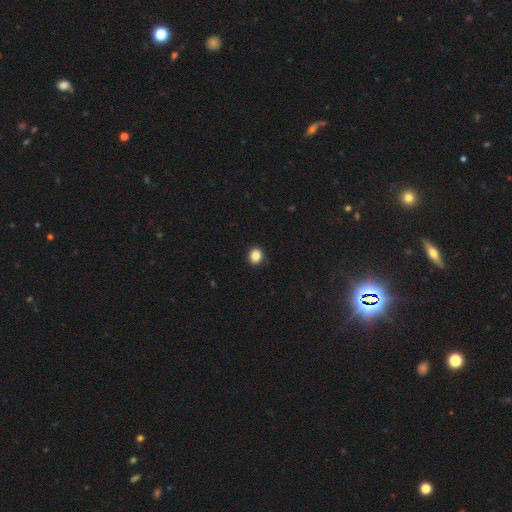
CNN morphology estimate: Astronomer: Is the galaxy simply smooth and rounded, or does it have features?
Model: smooth — 86%.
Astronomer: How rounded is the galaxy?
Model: round — 77%.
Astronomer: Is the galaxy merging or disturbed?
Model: none — 91%.